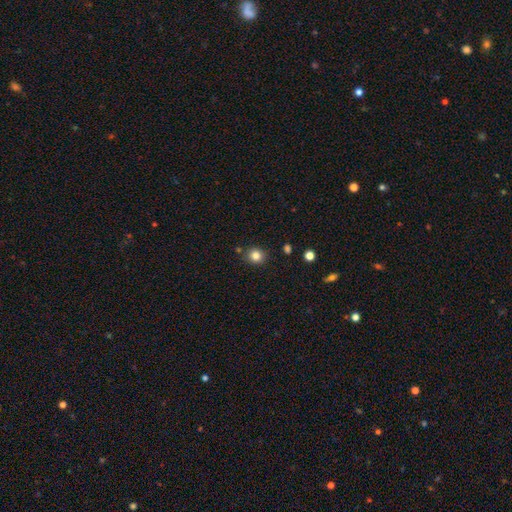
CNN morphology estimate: Q: Smooth or featured?
A: smooth (83%); runner-up: star or artifact (12%)
Q: How rounded?
A: round (83%); runner-up: in between (16%)
Q: Merging?
A: none (86%); runner-up: minor disturbance (8%)